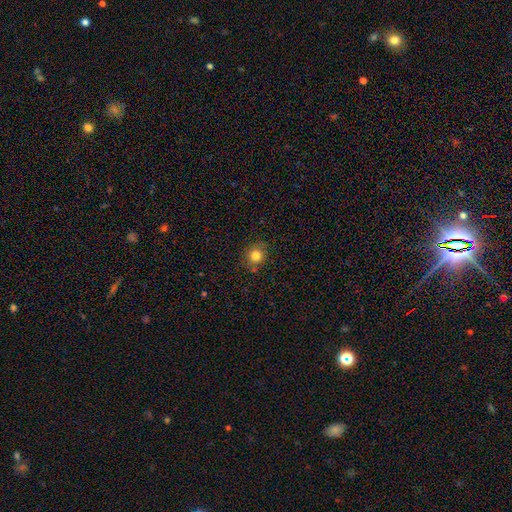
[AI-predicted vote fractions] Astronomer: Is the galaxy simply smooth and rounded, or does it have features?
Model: smooth — 80%.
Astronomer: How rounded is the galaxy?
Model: round — 84%.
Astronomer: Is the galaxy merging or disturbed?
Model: none — 82%.